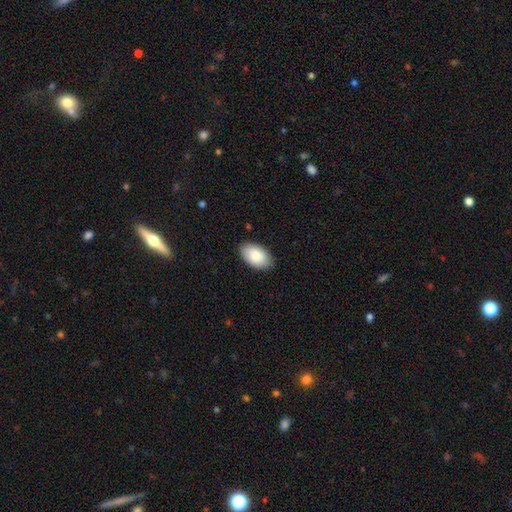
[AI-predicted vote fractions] smooth-or-featured: smooth: 84% | featured or disk: 10% | star or artifact: 6%
  how-rounded: in between: 94% | round: 5% | cigar-shaped: 1%
  merging: none: 85% | minor disturbance: 12% | major disturbance: 2% | merger: 1%